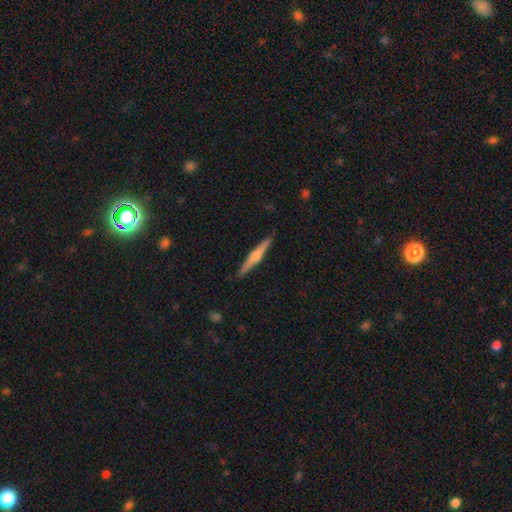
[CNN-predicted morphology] Smooth or featured: featured or disk — 66% (smooth — 29%)
Edge-on disk: yes — 98% (no — 2%)
Edge-on bulge: rounded — 87% (none — 7%)
Merging: none — 90% (minor disturbance — 7%)